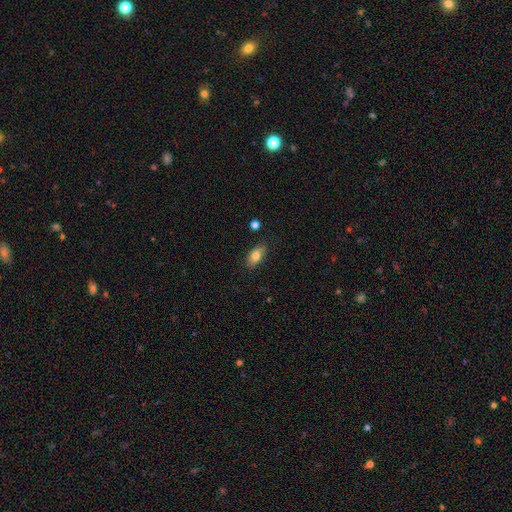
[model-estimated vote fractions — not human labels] smooth-or-featured: smooth: 81% | featured or disk: 12% | star or artifact: 8%
  how-rounded: in between: 89% | cigar-shaped: 6% | round: 5%
  merging: none: 83% | minor disturbance: 13% | major disturbance: 2% | merger: 2%